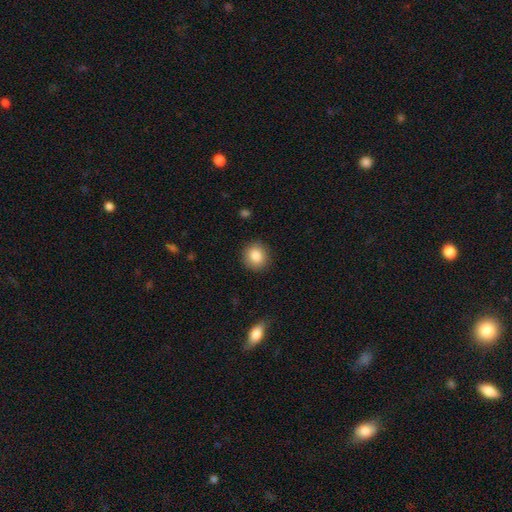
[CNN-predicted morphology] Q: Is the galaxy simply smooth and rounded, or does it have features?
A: smooth — 85%.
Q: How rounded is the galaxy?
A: round — 87%.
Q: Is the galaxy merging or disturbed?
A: none — 90%.